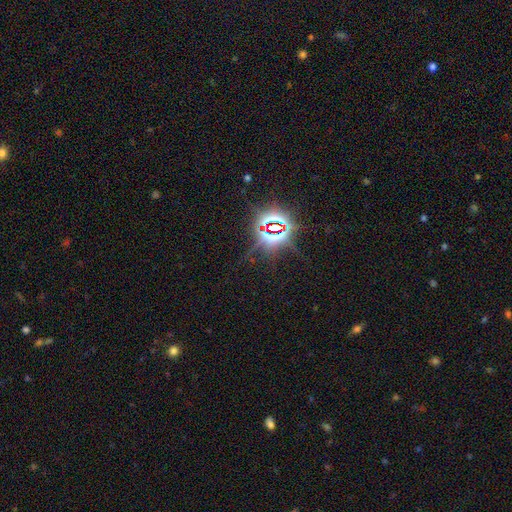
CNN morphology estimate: type=star or artifact (81%).